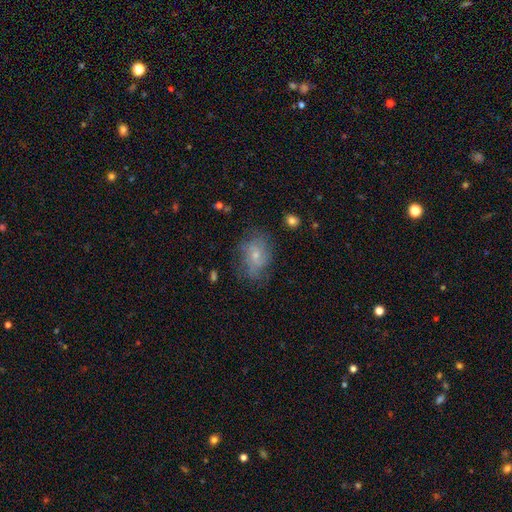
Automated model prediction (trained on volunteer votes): featured or disk 46%, smooth 44%, star or artifact 11%. Down the decision tree: merging — none (60%).